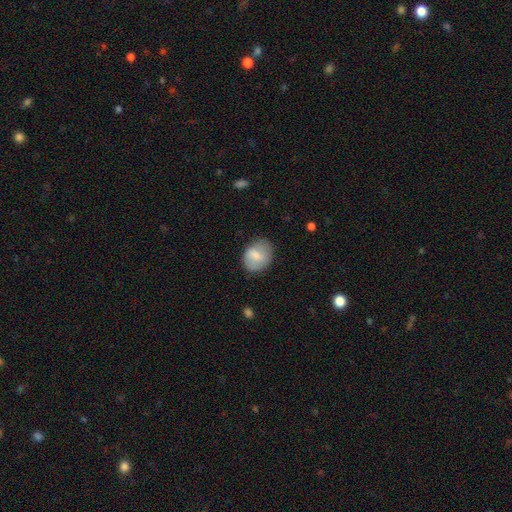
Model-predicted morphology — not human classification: Smooth or featured?
  - smooth: 70% *
  - featured or disk: 23%
  - star or artifact: 7%
How rounded?
  - in between: 58% *
  - round: 41%
  - cigar-shaped: 1%
Merging?
  - none: 69% *
  - minor disturbance: 23%
  - major disturbance: 7%
  - merger: 1%